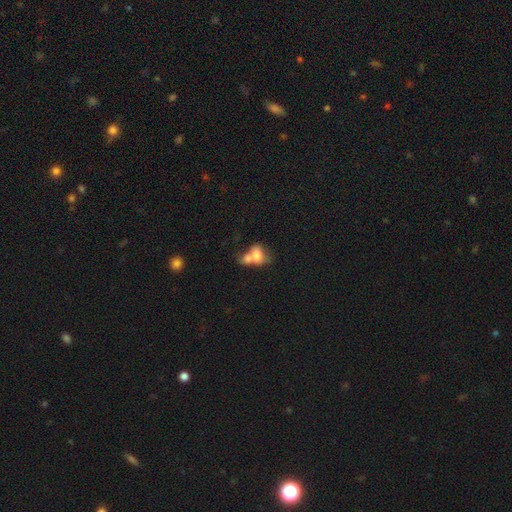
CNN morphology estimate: This appears to be a smooth galaxy with no disk features (69%) that is in between round and cigar-shaped (75%). Merging: merger (68%).